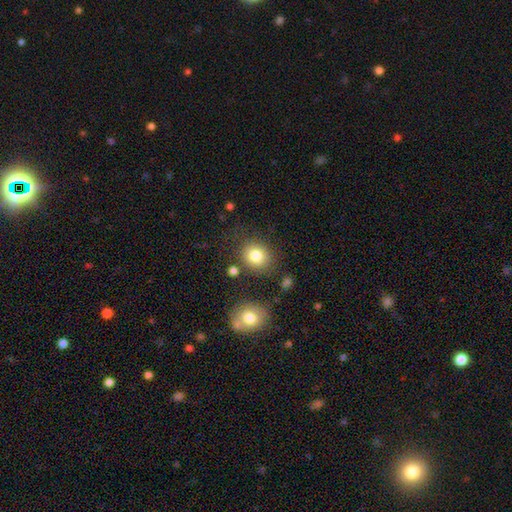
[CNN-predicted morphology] This appears to be a smooth galaxy with no disk features (82%) that is round (75%). Merging: none (78%).